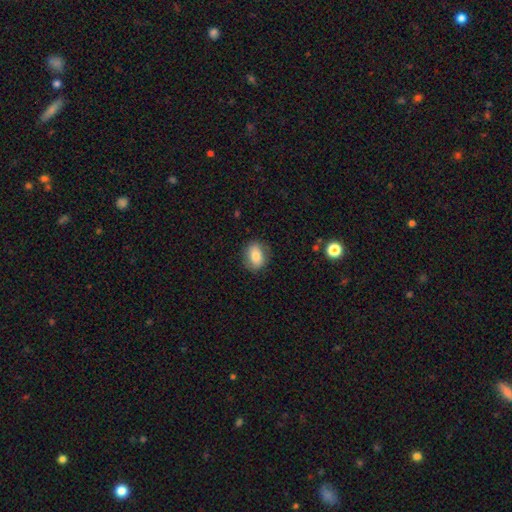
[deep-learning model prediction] Smooth or featured? smooth (78%)
How rounded? in between (63%)
Merging? none (83%)